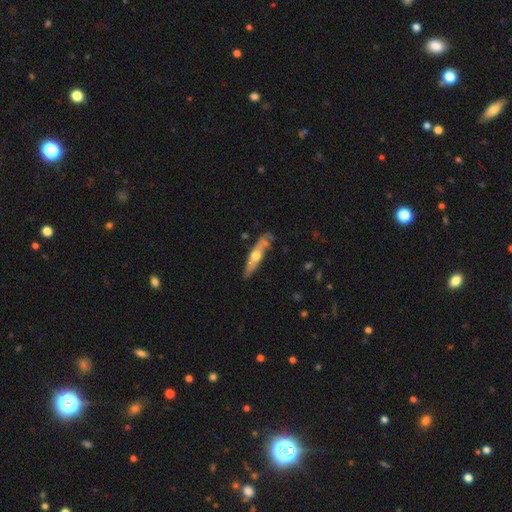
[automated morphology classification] The model was most divided on "smooth or featured": featured or disk: 59%, smooth: 35%, star or artifact: 5%. More confident: edge-on disk — yes (81%); merging — none (73%).